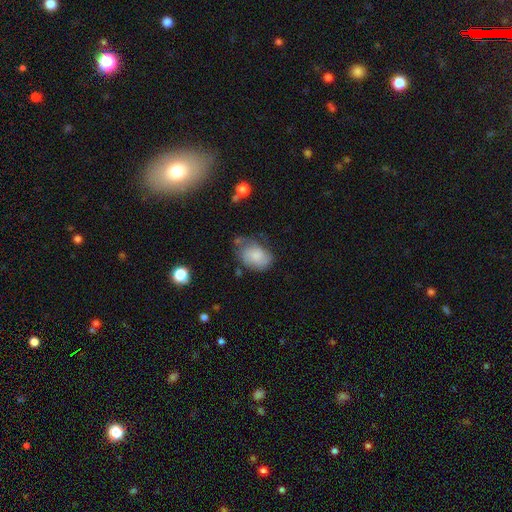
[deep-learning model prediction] Smooth or featured?
  - smooth: 65% *
  - featured or disk: 27%
  - star or artifact: 8%
How rounded?
  - in between: 82% *
  - round: 17%
  - cigar-shaped: 1%
Merging?
  - none: 46% *
  - minor disturbance: 34%
  - major disturbance: 15%
  - merger: 5%